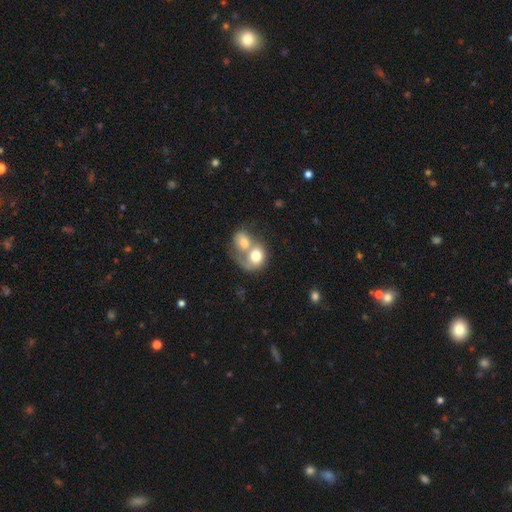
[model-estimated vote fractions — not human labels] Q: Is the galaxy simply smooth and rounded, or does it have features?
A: smooth — 65%.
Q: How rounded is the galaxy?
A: round — 54%.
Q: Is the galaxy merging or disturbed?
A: merger — 78%.